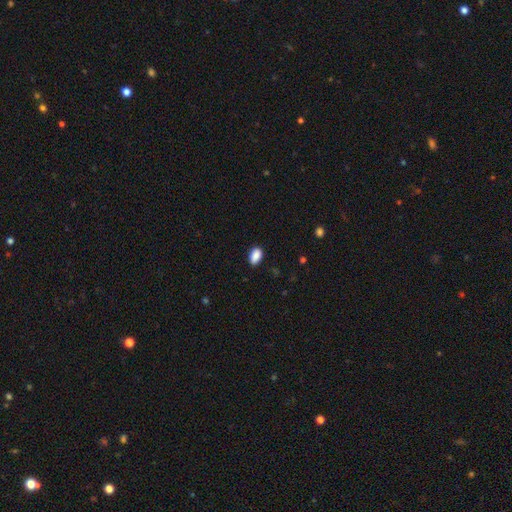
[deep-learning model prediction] The model was most divided on "merging": none: 85%, minor disturbance: 11%, major disturbance: 2%, merger: 1%. More confident: how rounded — in between (91%); smooth or featured — smooth (89%).